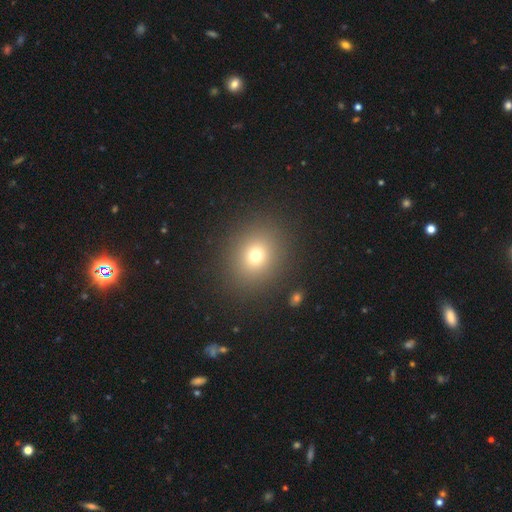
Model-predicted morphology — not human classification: type=smooth (72%); roundness=round (70%); merging=none (88%).